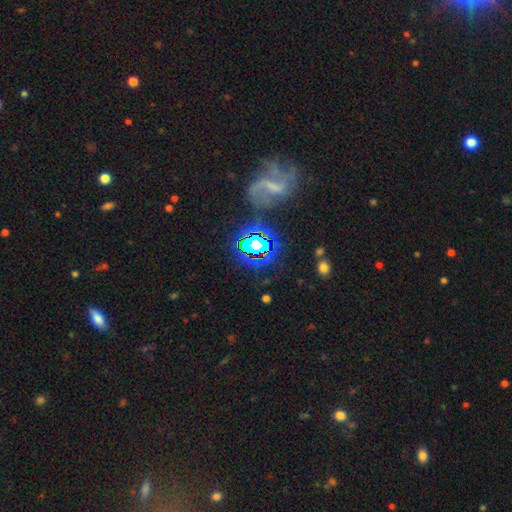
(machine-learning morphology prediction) Smooth or featured?
  - star or artifact: 42% *
  - featured or disk: 41%
  - smooth: 18%